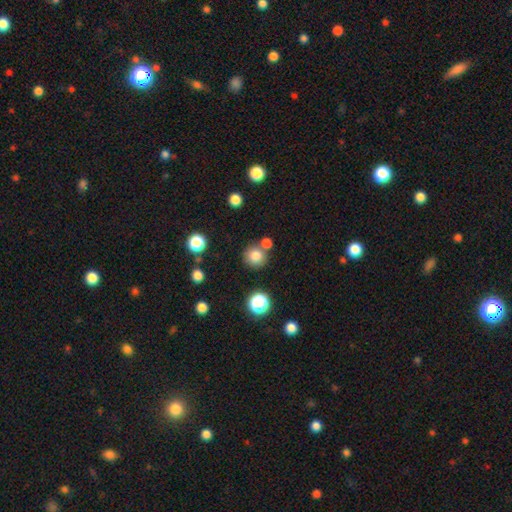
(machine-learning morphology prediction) smooth-or-featured: smooth: 79% | star or artifact: 13% | featured or disk: 7%
  how-rounded: round: 92% | in between: 7% | cigar-shaped: 1%
  merging: none: 71% | merger: 17% | minor disturbance: 9% | major disturbance: 3%